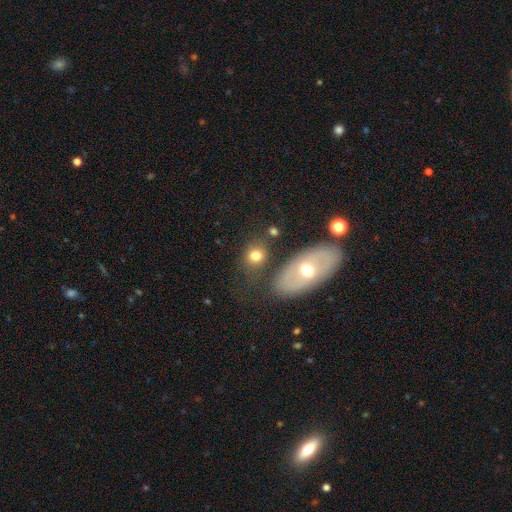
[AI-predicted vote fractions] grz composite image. It shows a smooth galaxy with no disk features (73%) that is round (53%). Merging: none (64%).